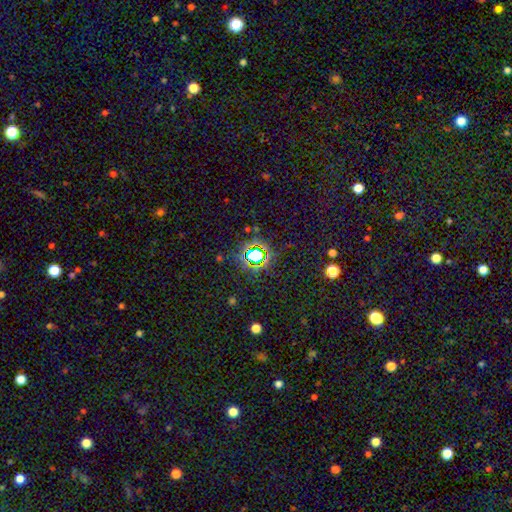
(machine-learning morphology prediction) Smooth or featured? Predicted: star or artifact (p=0.71).